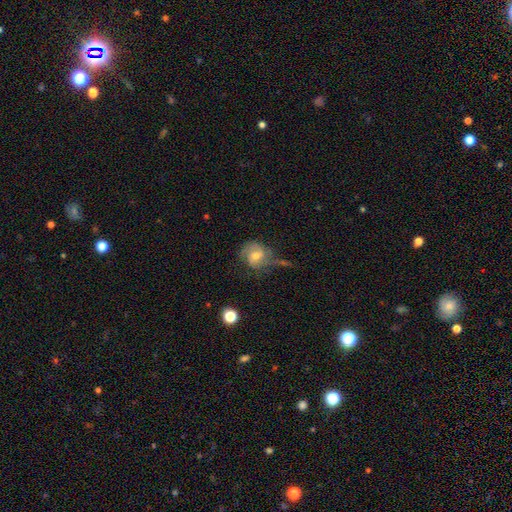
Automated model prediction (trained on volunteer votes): Q: Smooth or featured?
A: featured or disk (59%); runner-up: smooth (32%)
Q: Edge-on disk?
A: no (97%); runner-up: yes (3%)
Q: Bar?
A: no (48%); runner-up: weak (42%)
Q: Spiral arms?
A: yes (84%); runner-up: no (16%)
Q: Bulge size?
A: moderate (61%); runner-up: small (31%)
Q: Merging?
A: none (47%); runner-up: minor disturbance (25%)